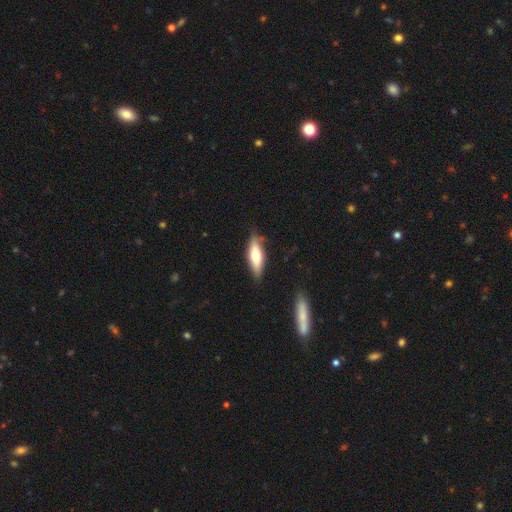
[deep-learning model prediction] Morphology: type=smooth (66%); roundness=in between (55%); merging=none (75%).